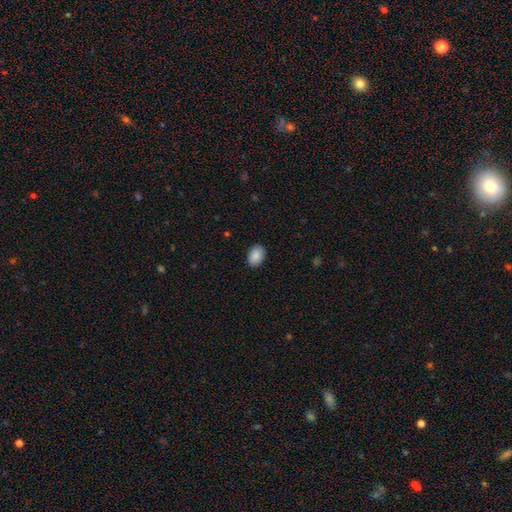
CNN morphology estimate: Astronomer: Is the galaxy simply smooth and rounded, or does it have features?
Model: smooth — 90%.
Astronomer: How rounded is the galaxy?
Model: in between — 84%.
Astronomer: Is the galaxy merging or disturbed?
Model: none — 88%.